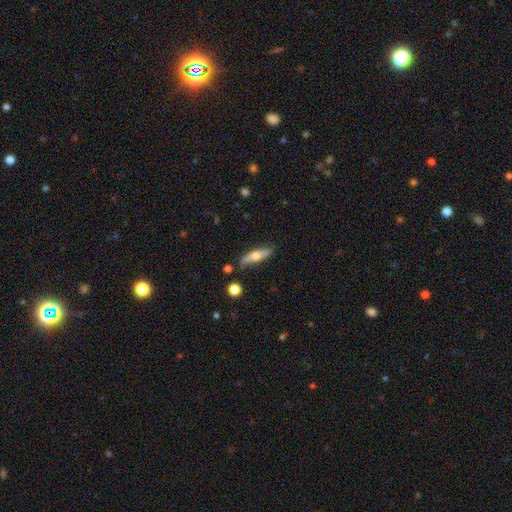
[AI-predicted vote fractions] Smooth or featured?
  - smooth: 55% *
  - featured or disk: 38%
  - star or artifact: 6%
How rounded?
  - cigar-shaped: 59% *
  - in between: 38%
  - round: 3%
Merging?
  - none: 79% *
  - minor disturbance: 15%
  - major disturbance: 3%
  - merger: 3%